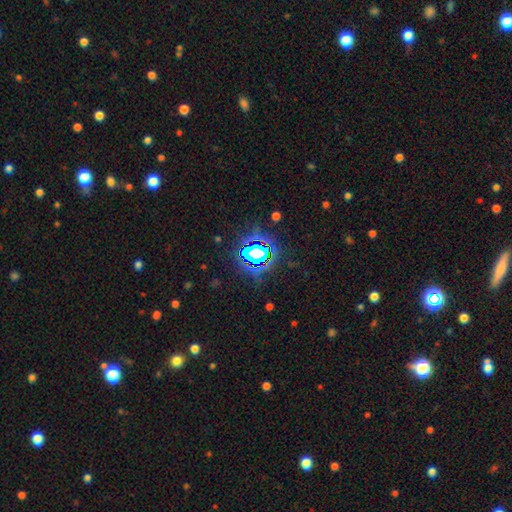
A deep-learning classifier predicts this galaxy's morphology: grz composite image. It shows a star or artifact, not a galaxy (76%).